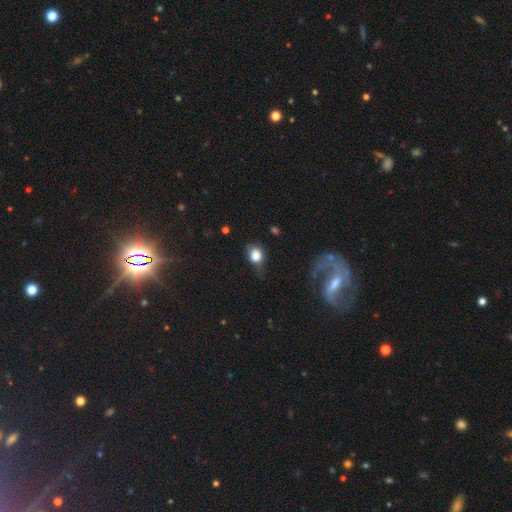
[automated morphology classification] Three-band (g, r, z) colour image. It shows a smooth galaxy with no disk features (78%) that is round (51%). Merging: none (40%).